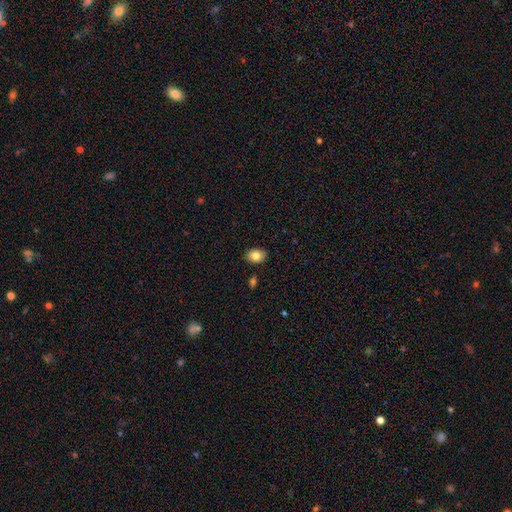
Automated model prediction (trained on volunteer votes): This appears to be a smooth galaxy with no disk features (82%) that is in between round and cigar-shaped (73%). Merging: none (87%).